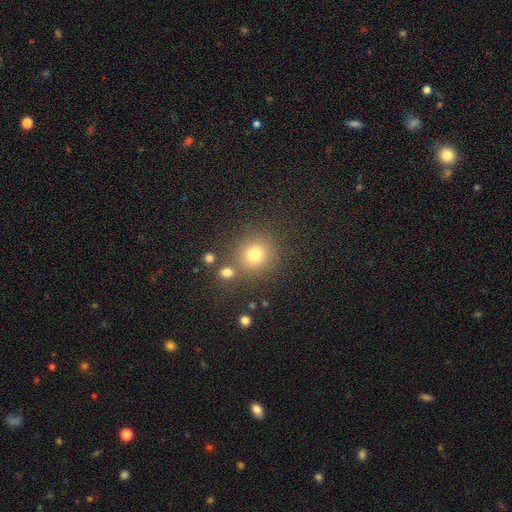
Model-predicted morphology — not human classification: smooth-or-featured: smooth: 76% | star or artifact: 16% | featured or disk: 8%
  how-rounded: round: 90% | in between: 9% | cigar-shaped: 1%
  merging: none: 77% | merger: 10% | minor disturbance: 9% | major disturbance: 4%